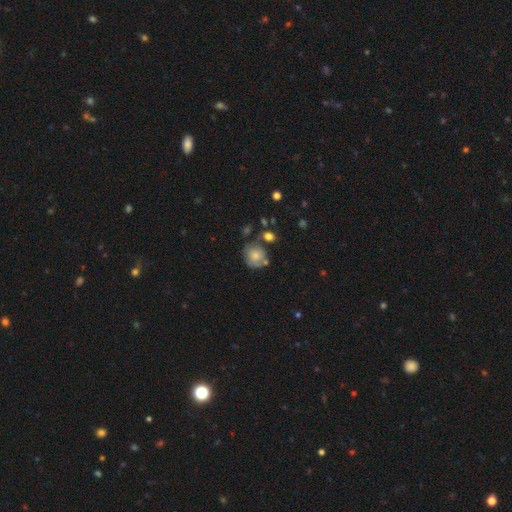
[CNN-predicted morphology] smooth 66%, featured or disk 25%, star or artifact 9%. Down the decision tree: how rounded — round (82%); merging — none (53%).